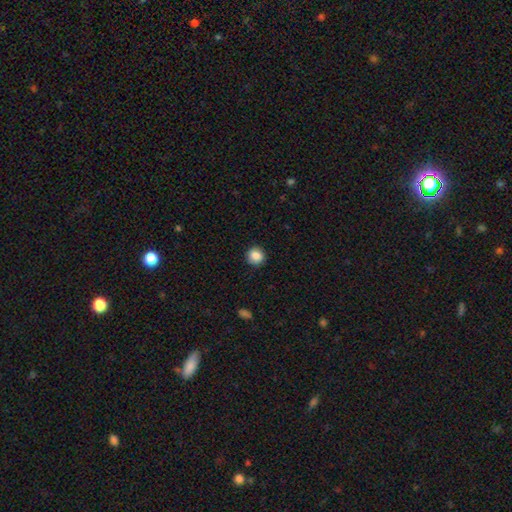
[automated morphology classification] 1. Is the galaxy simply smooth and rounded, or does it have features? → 86% smooth, 9% star or artifact, 5% featured or disk.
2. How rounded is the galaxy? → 90% round, 9% in between, 1% cigar-shaped.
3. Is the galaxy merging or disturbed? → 90% none, 7% minor disturbance, 2% major disturbance, 1% merger.